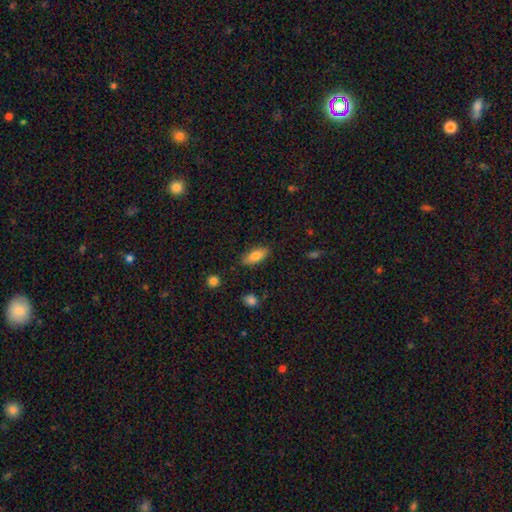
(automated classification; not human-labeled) smooth 77%, featured or disk 16%, star or artifact 7%. Down the decision tree: how rounded — in between (81%); merging — none (84%).